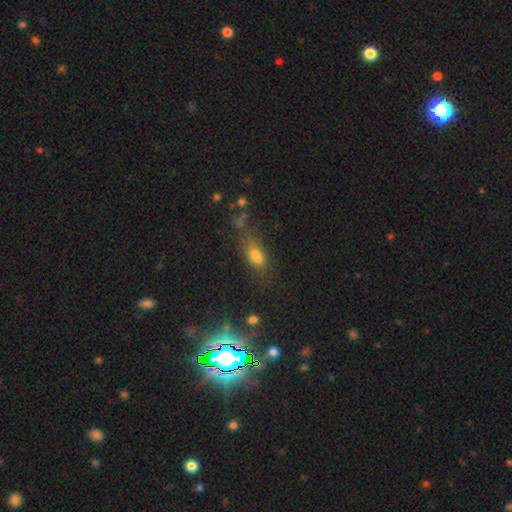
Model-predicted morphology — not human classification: smooth_or_featured: smooth (p=0.63) [alt: star or artifact p=0.23]
how_rounded: in between (p=0.71) [alt: cigar-shaped p=0.16]
merging: none (p=0.50) [alt: minor disturbance p=0.19]